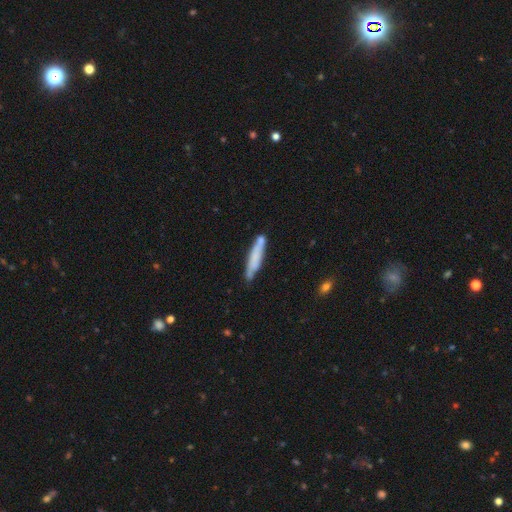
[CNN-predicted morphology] Q: Smooth or featured?
A: smooth (65%); runner-up: featured or disk (28%)
Q: How rounded?
A: cigar-shaped (89%); runner-up: in between (9%)
Q: Merging?
A: none (67%); runner-up: minor disturbance (19%)